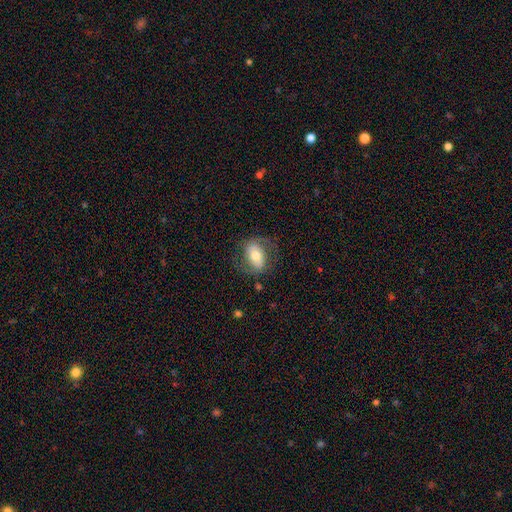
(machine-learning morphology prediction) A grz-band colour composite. It shows a smooth galaxy with no disk features (50%) that is in between round and cigar-shaped (84%). Merging: none (67%).